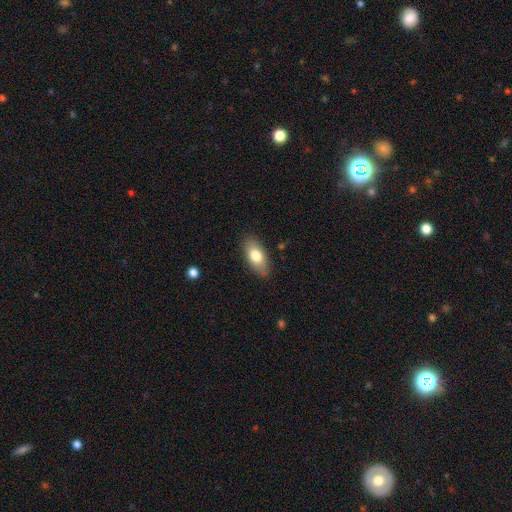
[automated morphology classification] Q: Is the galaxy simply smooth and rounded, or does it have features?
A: smooth — 77%.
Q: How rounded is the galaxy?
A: in between — 88%.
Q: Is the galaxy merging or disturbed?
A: none — 84%.